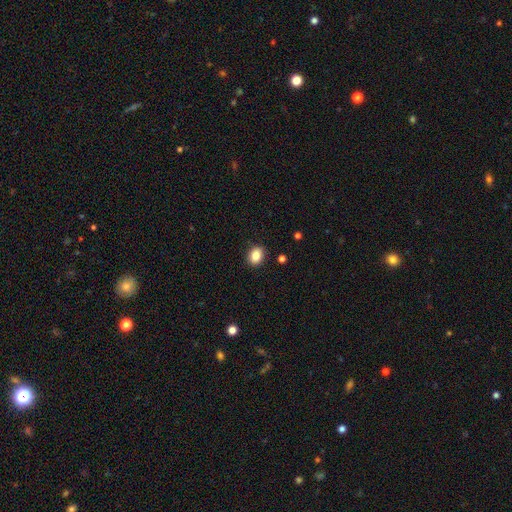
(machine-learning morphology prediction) smooth 86%, star or artifact 9%, featured or disk 5%. Down the decision tree: how rounded — in between (60%); merging — none (89%).